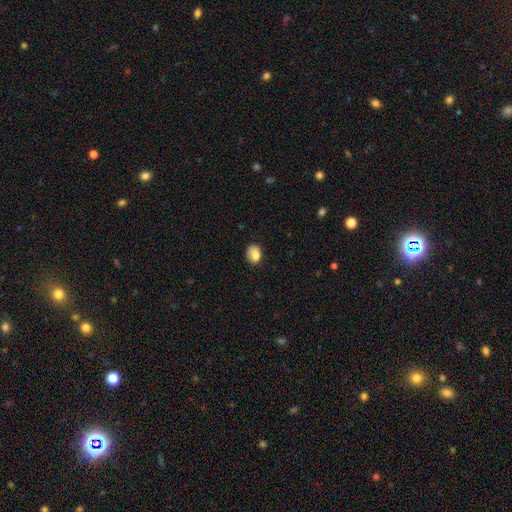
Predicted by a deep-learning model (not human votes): Morphology: type=smooth (81%); roundness=in between (57%); merging=none (67%).